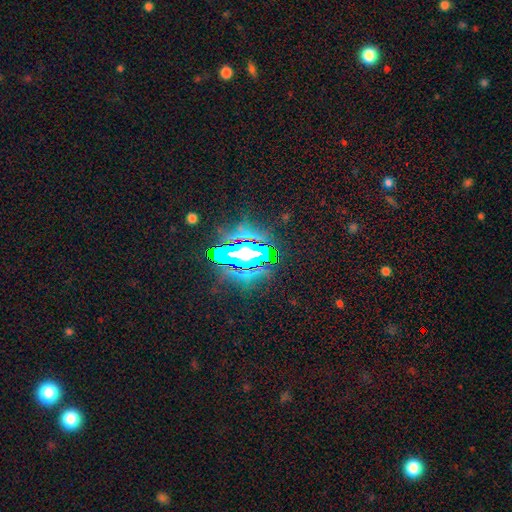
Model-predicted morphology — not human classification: A star or artifact, not a galaxy (66%).

Vote fractions:
- Smooth or featured? star or artifact: 66% / smooth: 19% / featured or disk: 15%